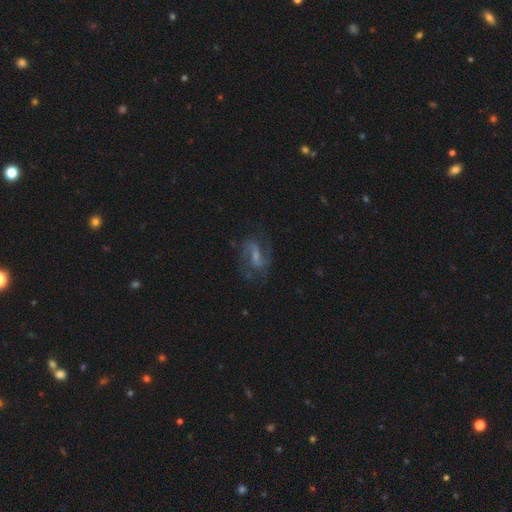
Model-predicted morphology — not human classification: featured or disk 81%, smooth 11%, star or artifact 7%. Down the decision tree: edge-on disk — no (96%); bar — weak (50%); spiral arms — yes (94%); spiral arm count — 2 (88%); spiral winding — medium (50%); bulge size — small (44%); merging — none (70%).